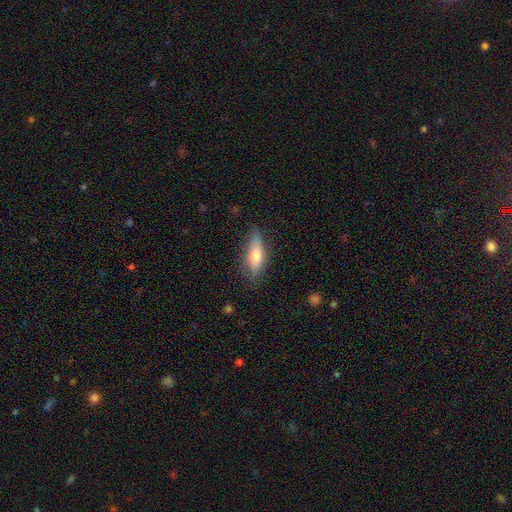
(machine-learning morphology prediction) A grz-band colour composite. It shows a smooth galaxy with no disk features (58%) that is cigar-shaped (49%). Merging: none (79%).